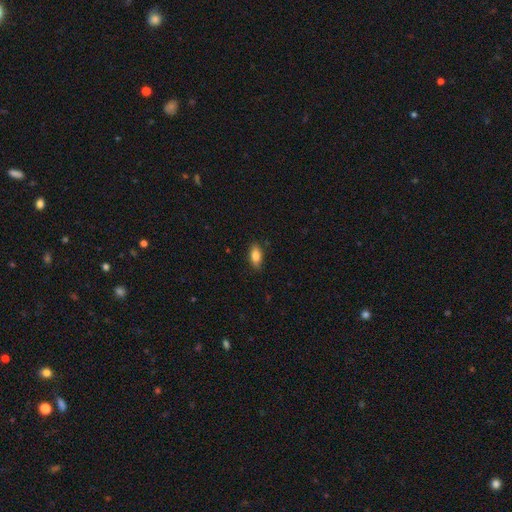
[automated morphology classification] Smooth or featured? Predicted: smooth (p=0.82). How rounded? Predicted: in between (p=0.85). Merging? Predicted: none (p=0.85).